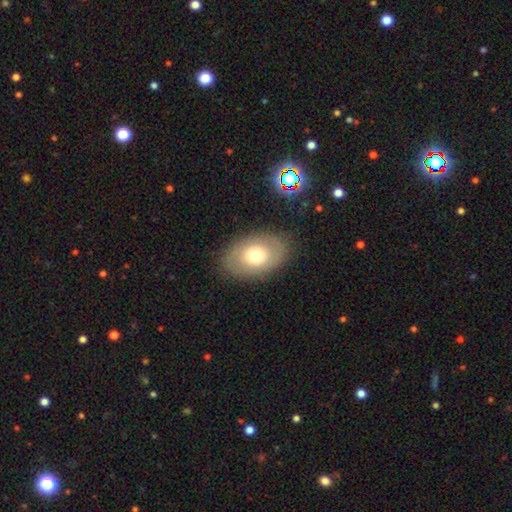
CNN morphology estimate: Smooth or featured? smooth (64%)
How rounded? in between (82%)
Merging? none (84%)